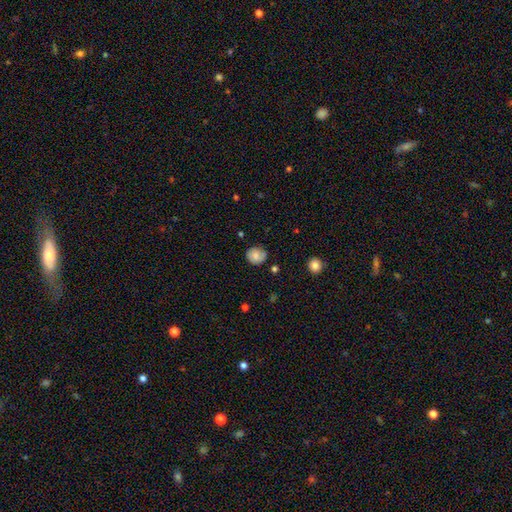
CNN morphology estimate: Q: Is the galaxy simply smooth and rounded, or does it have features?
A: smooth — 76%.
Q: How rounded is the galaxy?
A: round — 78%.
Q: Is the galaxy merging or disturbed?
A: none — 75%.